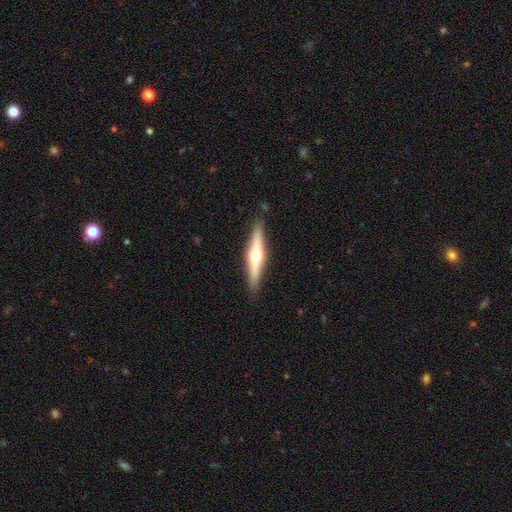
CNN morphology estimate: This is likely a featured or disk galaxy (63%). It is clearly viewed edge-on (97%). Edge-on bulge: clearly rounded (92%). Merging: clearly none (90%).